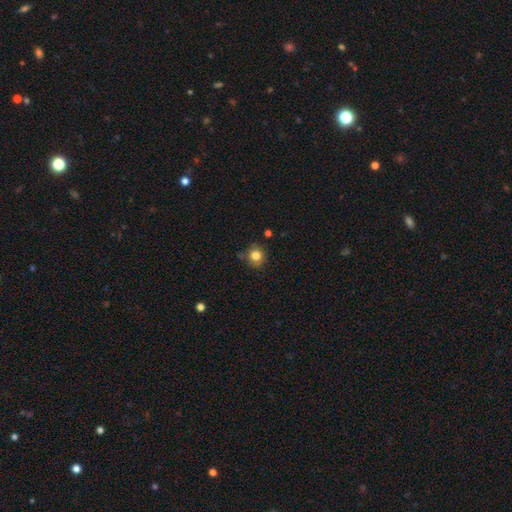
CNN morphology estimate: type=smooth (82%); roundness=round (86%); merging=none (78%).